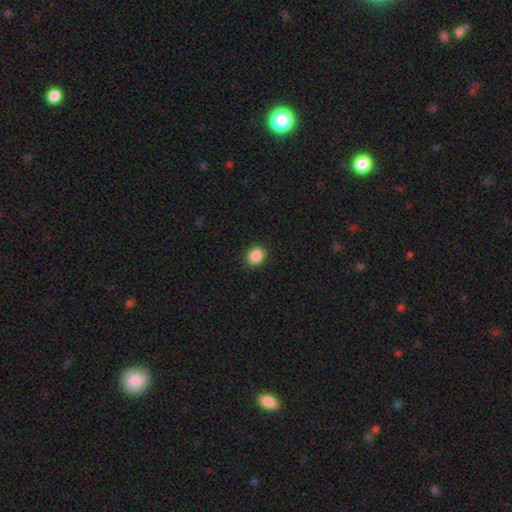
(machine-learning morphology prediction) Smooth or featured? Predicted: smooth (p=0.88). How rounded? Predicted: round (p=0.51). Merging? Predicted: none (p=0.90).